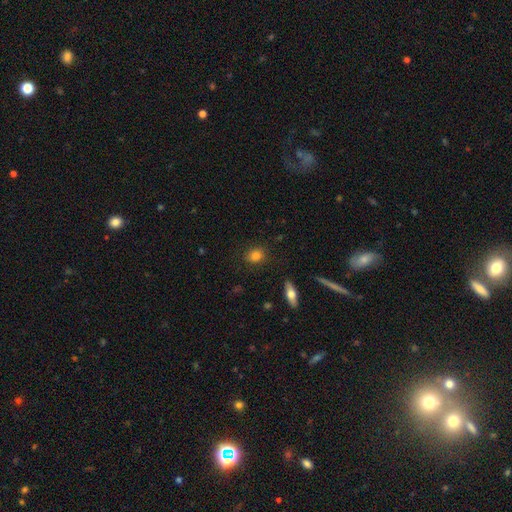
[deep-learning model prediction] smooth-or-featured: smooth: 83% | star or artifact: 9% | featured or disk: 8%
  how-rounded: round: 57% | in between: 40% | cigar-shaped: 2%
  merging: none: 88% | minor disturbance: 8% | major disturbance: 2% | merger: 2%